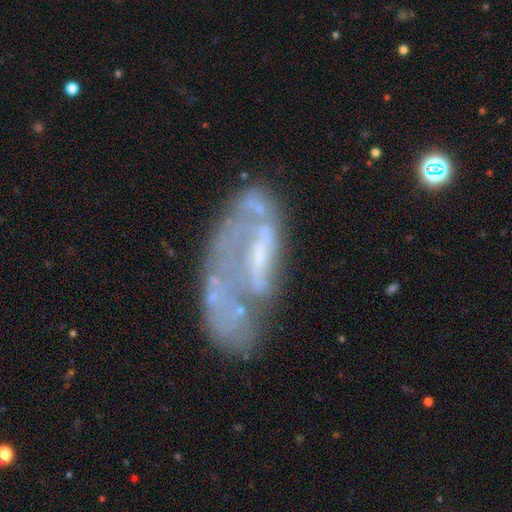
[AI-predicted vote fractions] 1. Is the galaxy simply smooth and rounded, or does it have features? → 67% featured or disk, 23% smooth, 10% star or artifact.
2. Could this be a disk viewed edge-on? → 92% no, 8% yes.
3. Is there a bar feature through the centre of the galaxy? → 55% no, 29% weak, 16% strong.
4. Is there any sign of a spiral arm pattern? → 60% no, 40% yes.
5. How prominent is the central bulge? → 46% none, 31% small, 19% moderate, 3% large, 1% dominant.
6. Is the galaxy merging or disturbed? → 39% none, 28% major disturbance, 21% minor disturbance, 11% merger.